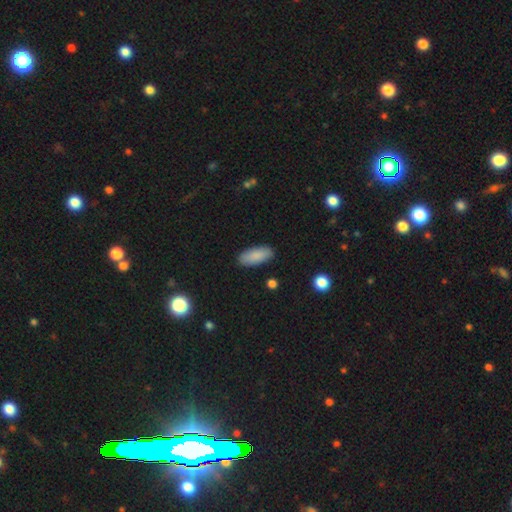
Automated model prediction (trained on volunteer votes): Morphology: type=smooth (88%); roundness=in between (80%); merging=none (88%).